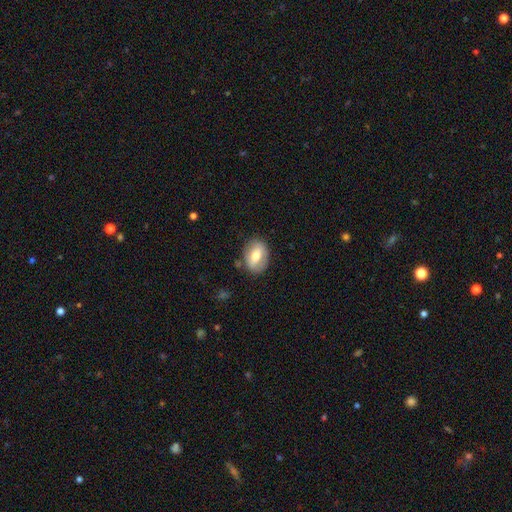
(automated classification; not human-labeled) The model was most divided on "smooth or featured": smooth: 59%, featured or disk: 34%, star or artifact: 7%. More confident: merging — none (79%); how rounded — in between (74%).